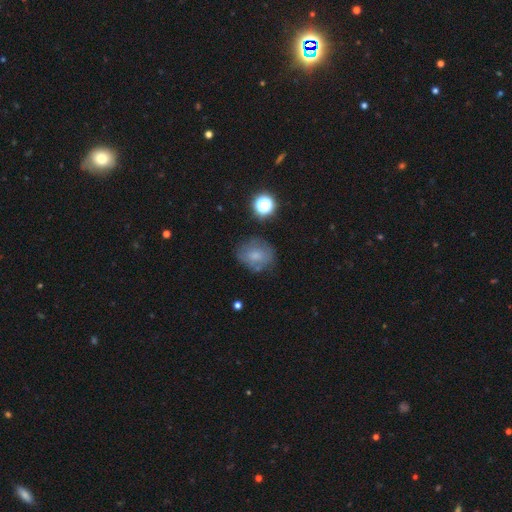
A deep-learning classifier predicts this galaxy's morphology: type=smooth (64%); roundness=round (59%); merging=none (64%).